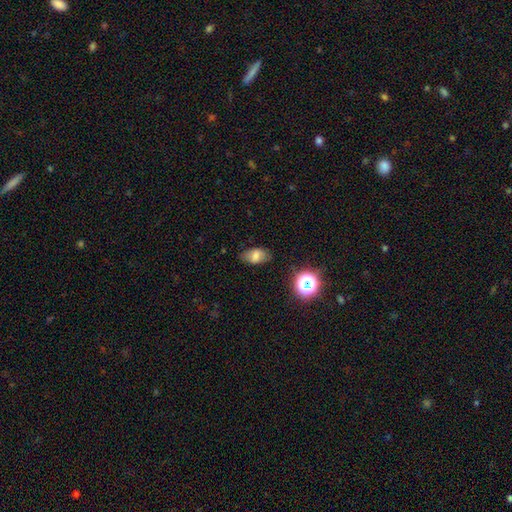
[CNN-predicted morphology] A smooth galaxy with no disk features (71%) that is in between round and cigar-shaped (86%). Merging: none (76%).